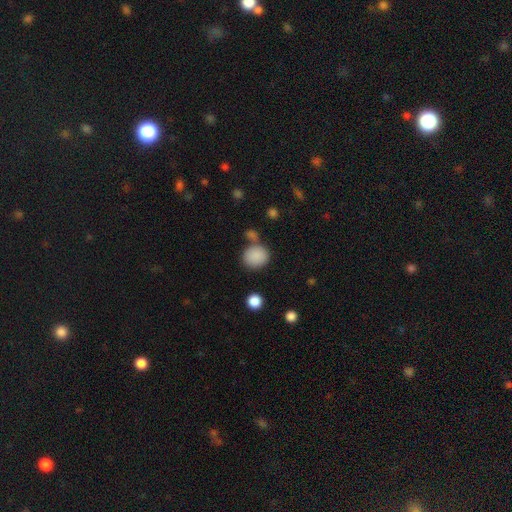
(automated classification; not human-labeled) The model was most divided on "how rounded": round: 75%, in between: 24%, cigar-shaped: 1%. More confident: smooth or featured — smooth (86%); merging — none (68%).